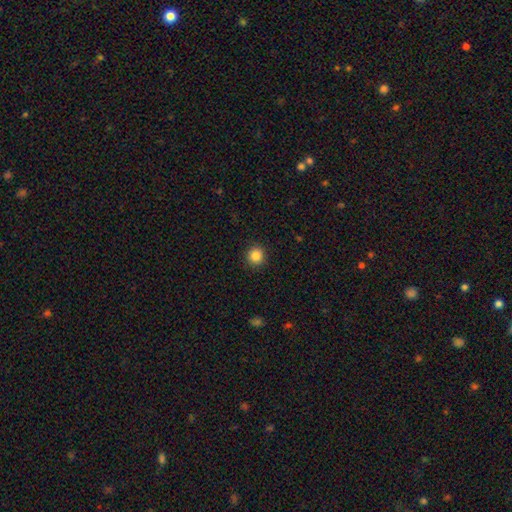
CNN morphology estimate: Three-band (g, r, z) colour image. It shows a smooth galaxy with no disk features (85%) that is round (94%). Merging: none (92%).